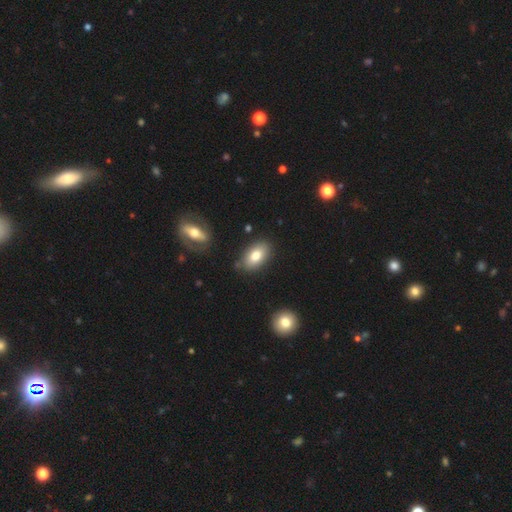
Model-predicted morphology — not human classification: Q: Smooth or featured?
A: smooth (79%); runner-up: featured or disk (14%)
Q: How rounded?
A: in between (92%); runner-up: round (6%)
Q: Merging?
A: none (80%); runner-up: minor disturbance (13%)